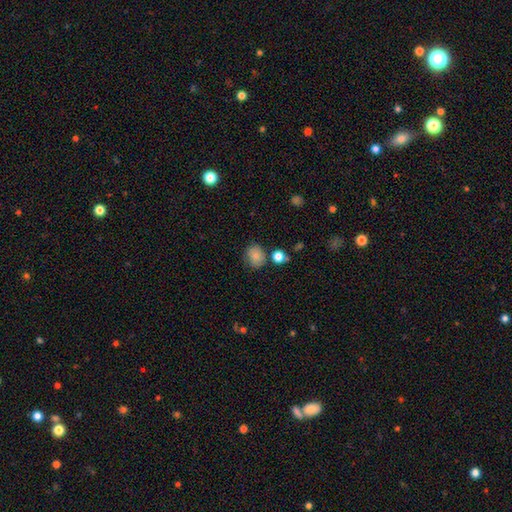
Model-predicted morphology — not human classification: The model was most divided on "how rounded": round: 69%, in between: 30%, cigar-shaped: 1%. More confident: smooth or featured — smooth (82%); merging — none (67%).